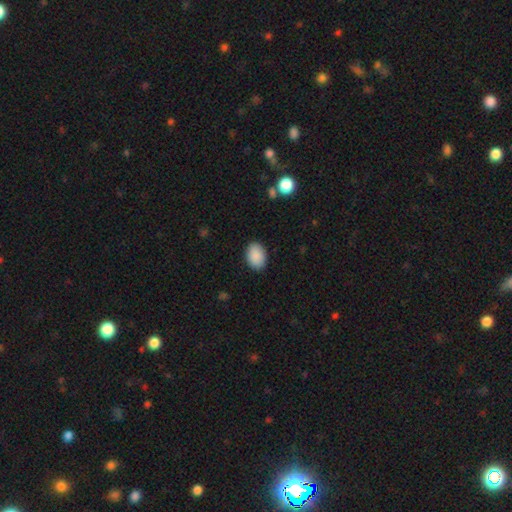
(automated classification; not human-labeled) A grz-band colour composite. It shows a smooth galaxy with no disk features (90%) that is in between round and cigar-shaped (83%). Merging: none (88%).